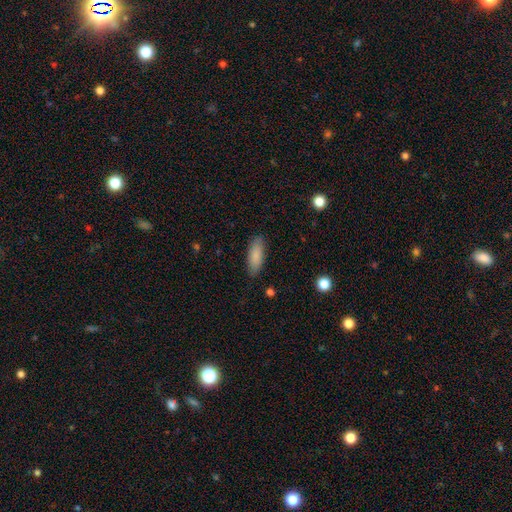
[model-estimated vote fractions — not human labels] A smooth galaxy with no disk features (87%) that is in between round and cigar-shaped (68%).

Vote fractions:
- Smooth or featured? smooth: 87% / featured or disk: 7% / star or artifact: 6%
- How rounded? in between: 68% / cigar-shaped: 30% / round: 2%
- Merging? none: 87% / minor disturbance: 10% / major disturbance: 2% / merger: 1%